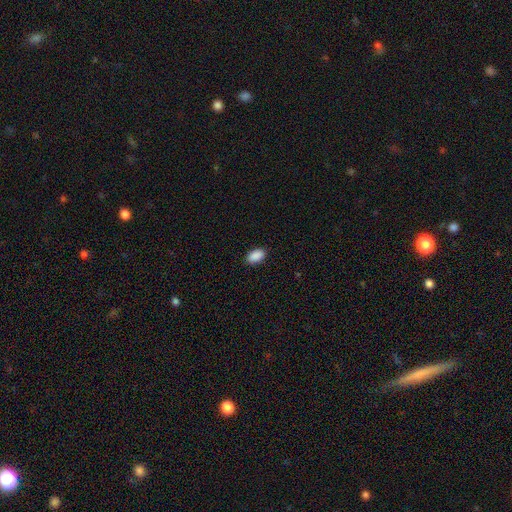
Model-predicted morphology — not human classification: smooth_or_featured: smooth (p=0.90) [alt: star or artifact p=0.07]
how_rounded: in between (p=0.93) [alt: round p=0.06]
merging: none (p=0.89) [alt: minor disturbance p=0.08]